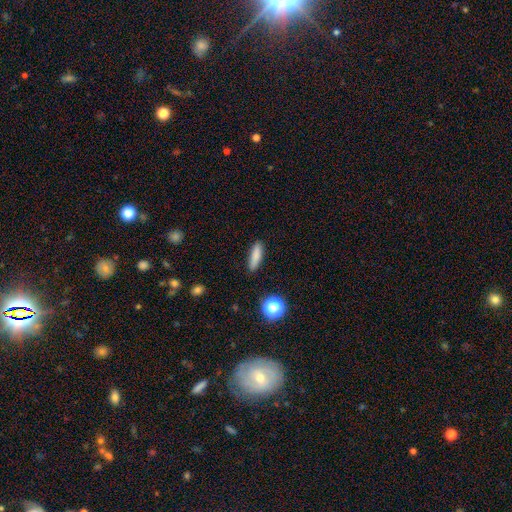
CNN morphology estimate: type=smooth (83%); roundness=cigar-shaped (64%); merging=none (87%).